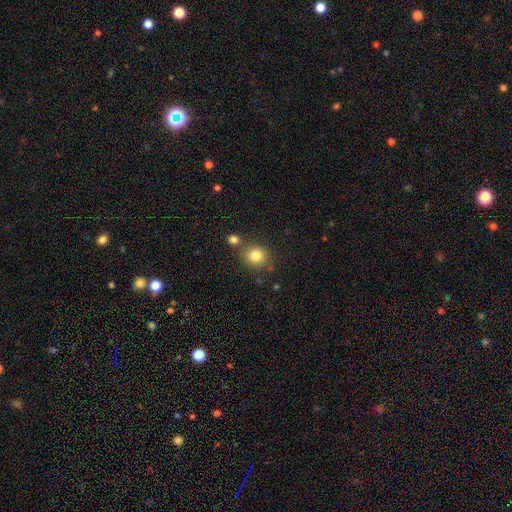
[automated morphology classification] This is clearly a smooth galaxy (81%). How rounded: clearly round (82%). Merging: likely none (74%).